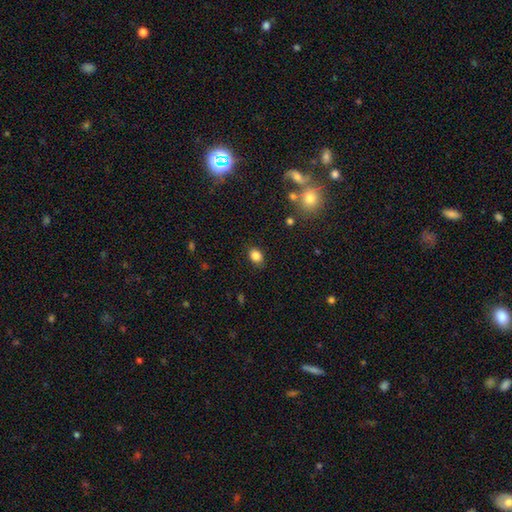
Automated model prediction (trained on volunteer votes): Q: Smooth or featured?
A: smooth (85%); runner-up: star or artifact (11%)
Q: How rounded?
A: in between (63%); runner-up: round (35%)
Q: Merging?
A: none (85%); runner-up: minor disturbance (11%)